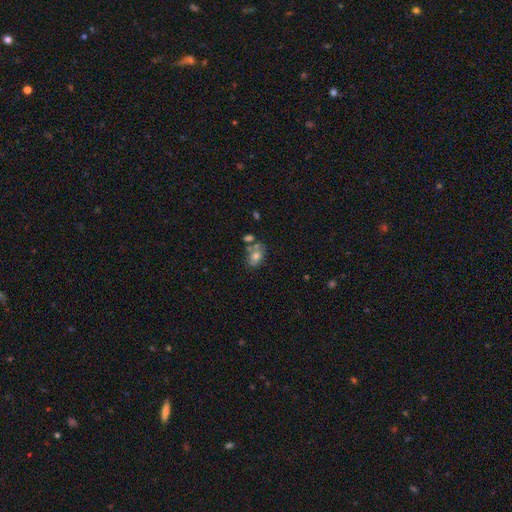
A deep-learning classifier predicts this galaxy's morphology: Smooth or featured? Predicted: smooth (p=0.67). How rounded? Predicted: in between (p=0.76). Merging? Predicted: none (p=0.52).